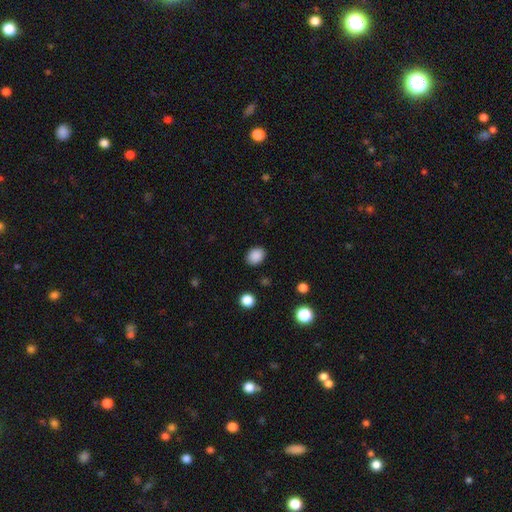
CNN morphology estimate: Smooth or featured? Predicted: smooth (p=0.87). How rounded? Predicted: in between (p=0.60). Merging? Predicted: none (p=0.86).